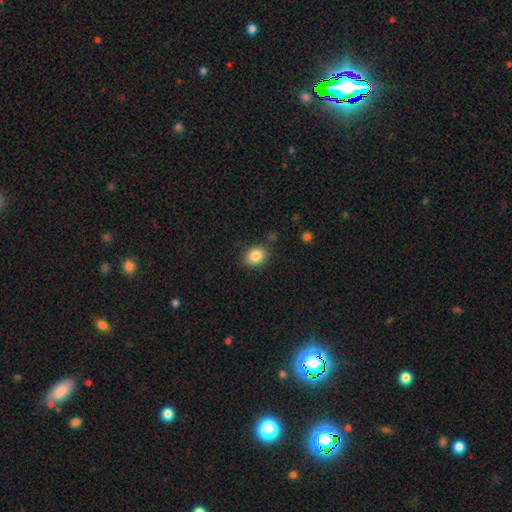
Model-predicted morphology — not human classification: Smooth or featured? Predicted: smooth (p=0.85). How rounded? Predicted: round (p=0.53). Merging? Predicted: none (p=0.86).